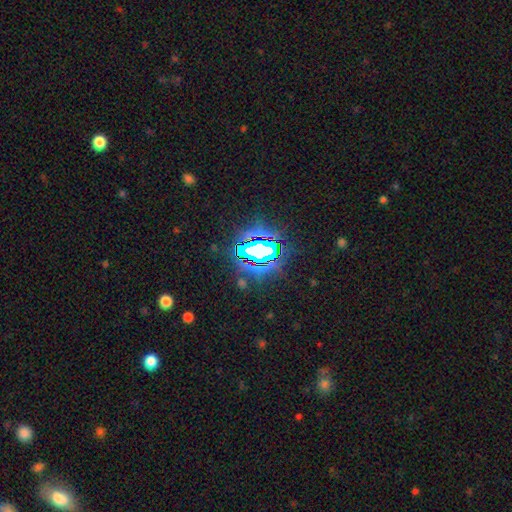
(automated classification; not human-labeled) Smooth or featured: star or artifact — 75% (smooth — 14%)